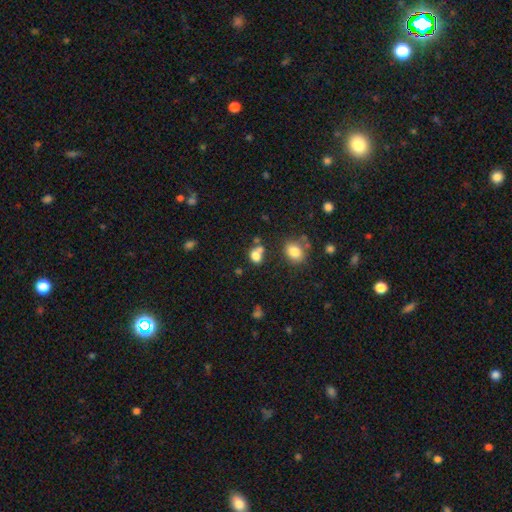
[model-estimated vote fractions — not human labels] Overall: smooth (78%). How rounded: round (51%; in between 47%). Merging: none (46%; merger 35%).